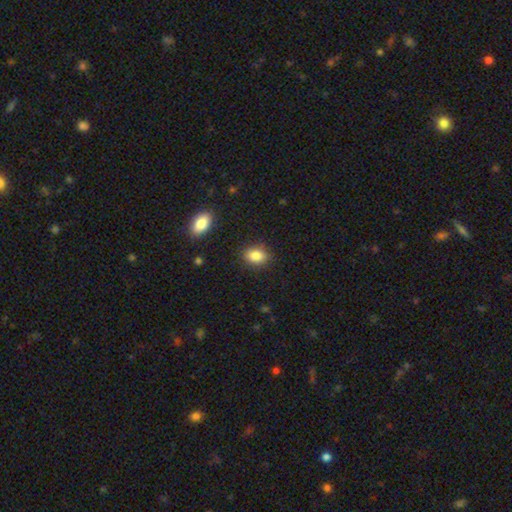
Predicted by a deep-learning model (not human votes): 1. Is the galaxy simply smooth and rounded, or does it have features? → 86% smooth, 9% star or artifact, 5% featured or disk.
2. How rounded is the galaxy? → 70% in between, 29% round, 1% cigar-shaped.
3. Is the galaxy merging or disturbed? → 86% none, 10% minor disturbance, 2% major disturbance, 2% merger.